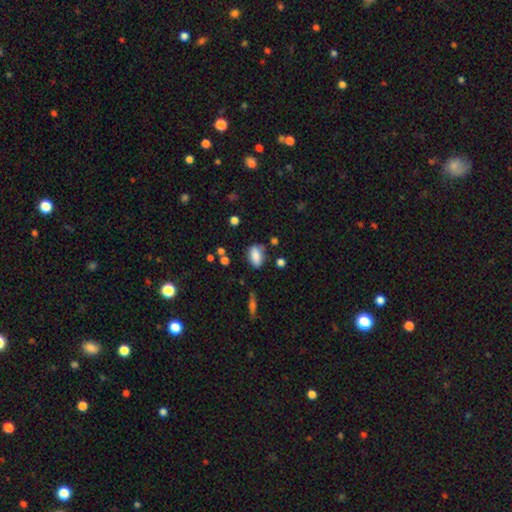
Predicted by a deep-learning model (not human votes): smooth_or_featured: smooth (p=0.81) [alt: featured or disk p=0.11]
how_rounded: in between (p=0.86) [alt: round p=0.09]
merging: none (p=0.69) [alt: minor disturbance p=0.21]